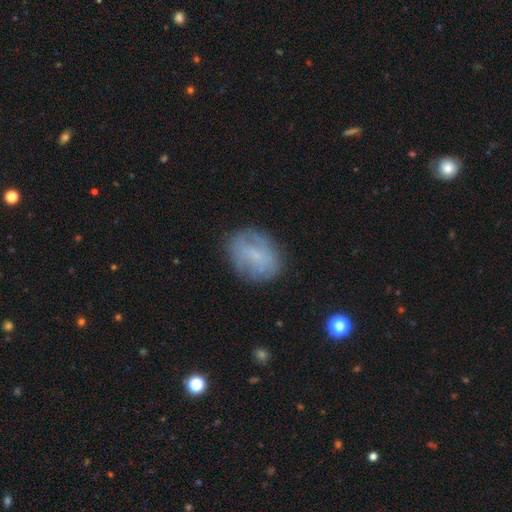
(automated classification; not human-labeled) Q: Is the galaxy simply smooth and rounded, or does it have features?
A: smooth — 46%.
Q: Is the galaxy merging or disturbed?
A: none — 71%.